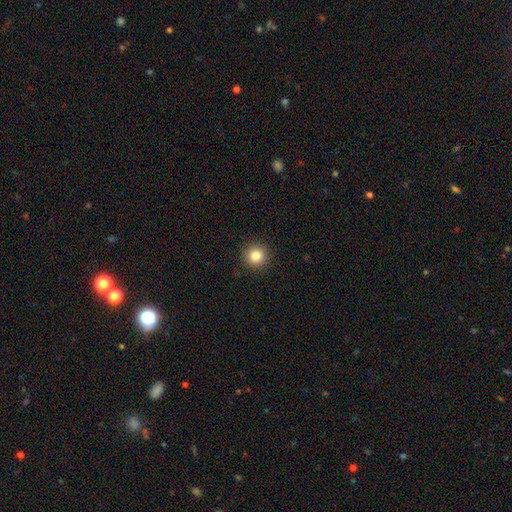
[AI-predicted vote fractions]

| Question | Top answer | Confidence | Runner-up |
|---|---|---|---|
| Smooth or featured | smooth | 83% | star or artifact (11%) |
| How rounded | round | 95% | in between (4%) |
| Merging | none | 92% | minor disturbance (5%) |